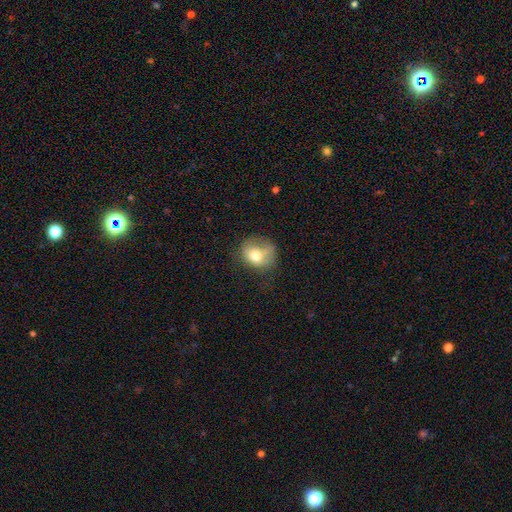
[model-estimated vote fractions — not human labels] A smooth galaxy with no disk features (70%) that is round (56%).

Vote fractions:
- Smooth or featured? smooth: 70% / featured or disk: 20% / star or artifact: 10%
- How rounded? round: 56% / in between: 43% / cigar-shaped: 1%
- Merging? none: 41% / minor disturbance: 31% / major disturbance: 23% / merger: 5%